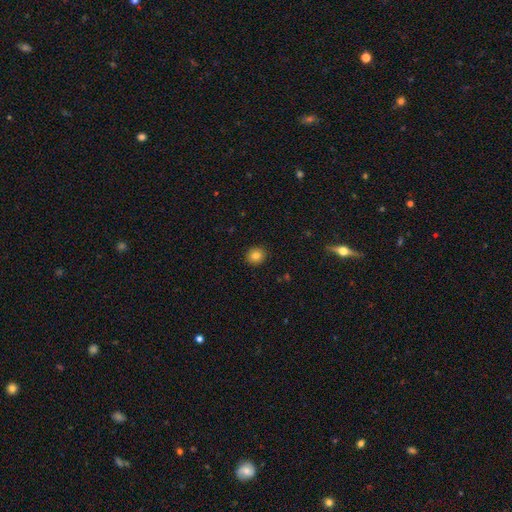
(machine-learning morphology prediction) Smooth or featured? Predicted: smooth (p=0.83). How rounded? Predicted: round (p=0.87). Merging? Predicted: none (p=0.91).